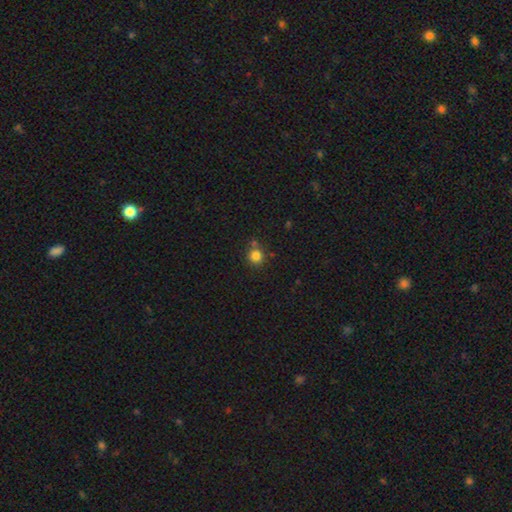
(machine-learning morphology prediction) Overall: smooth (82%). How rounded: round (91%). Merging: none (73%).